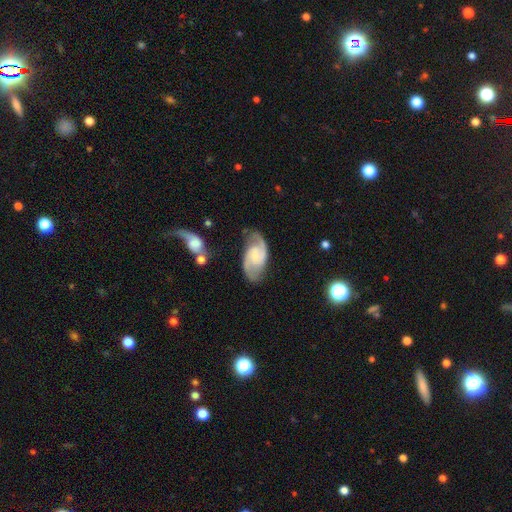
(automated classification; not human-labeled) The model was most divided on "bar": no: 51%, weak: 40%, strong: 9%. Remaining: edge-on disk — no (97%); spiral arms — yes (97%); spiral arm count — 2 (91%); smooth or featured — featured or disk (85%); merging — none (73%); spiral winding — medium (54%); bulge size — small (47%).